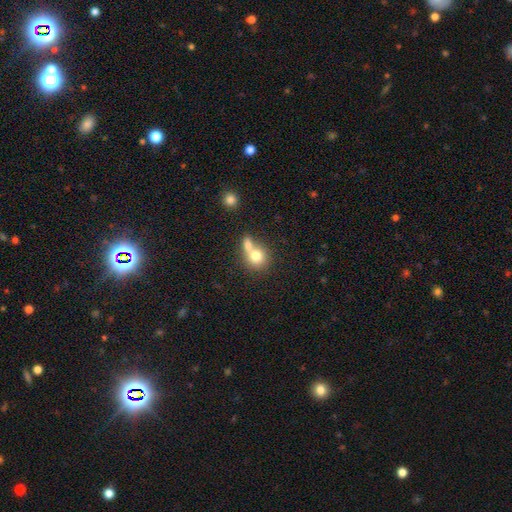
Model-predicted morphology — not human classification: A smooth galaxy with no disk features (74%) that is round (76%).

Vote fractions:
- Smooth or featured? smooth: 74% / featured or disk: 16% / star or artifact: 9%
- How rounded? round: 76% / in between: 23% / cigar-shaped: 1%
- Merging? merger: 56% / none: 31% / minor disturbance: 8% / major disturbance: 5%